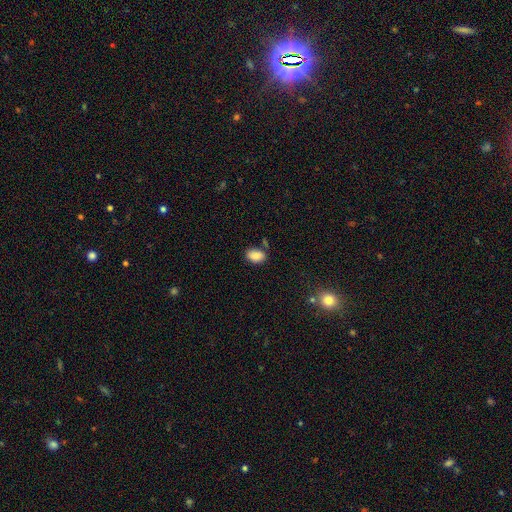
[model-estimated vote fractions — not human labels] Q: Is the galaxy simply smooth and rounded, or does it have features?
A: smooth — 87%.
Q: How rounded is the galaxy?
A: in between — 87%.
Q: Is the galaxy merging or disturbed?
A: none — 71%.